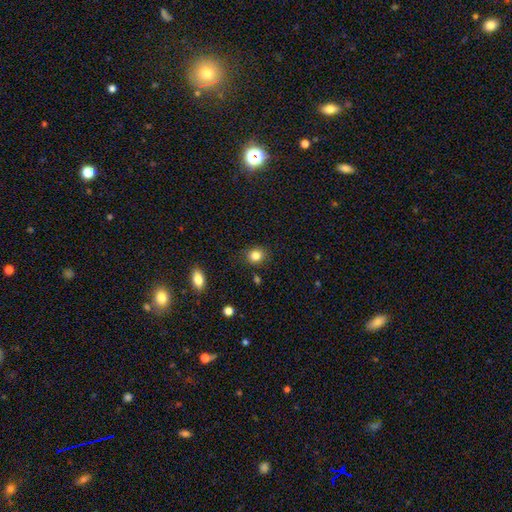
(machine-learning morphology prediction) smooth_or_featured: smooth (p=0.84) [alt: star or artifact p=0.11]
how_rounded: round (p=0.74) [alt: in between p=0.25]
merging: none (p=0.86) [alt: minor disturbance p=0.10]